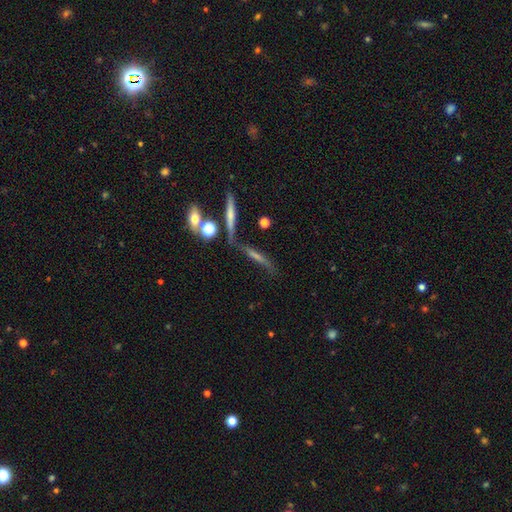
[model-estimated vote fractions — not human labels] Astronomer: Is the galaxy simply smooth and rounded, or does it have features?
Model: featured or disk — 53% (runner-up: smooth, 32%).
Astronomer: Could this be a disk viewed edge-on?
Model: yes — 71%.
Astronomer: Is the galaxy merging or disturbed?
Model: none — 54%.